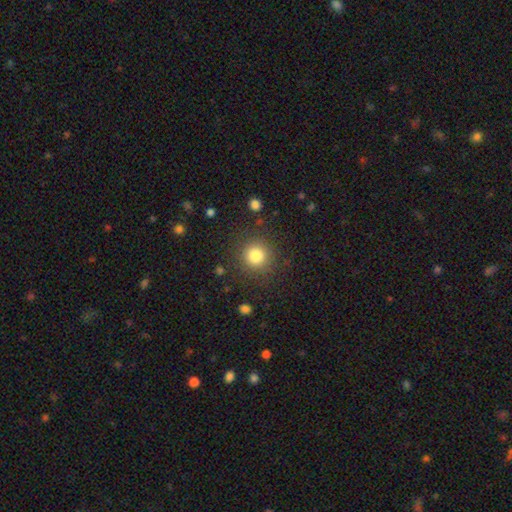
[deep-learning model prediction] This is clearly a smooth galaxy (82%). How rounded: clearly round (94%). Merging: clearly none (87%).